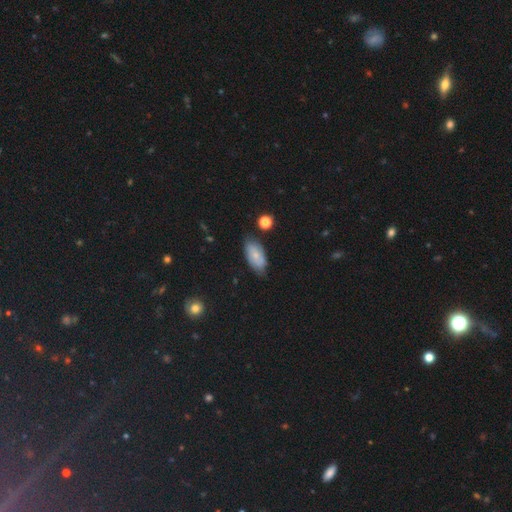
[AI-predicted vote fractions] smooth-or-featured: smooth: 56% | featured or disk: 36% | star or artifact: 8%
  how-rounded: in between: 92% | cigar-shaped: 5% | round: 4%
  merging: none: 72% | minor disturbance: 22% | major disturbance: 4% | merger: 3%